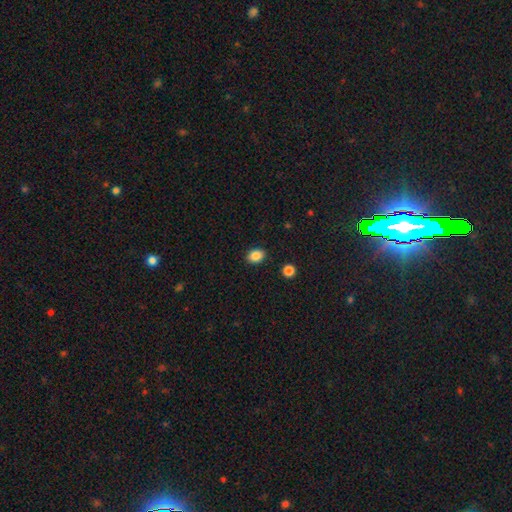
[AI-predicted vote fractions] A smooth galaxy with no disk features (86%) that is in between round and cigar-shaped (64%).

Vote fractions:
- Smooth or featured? smooth: 86% / star or artifact: 10% / featured or disk: 4%
- How rounded? in between: 64% / round: 35% / cigar-shaped: 1%
- Merging? none: 89% / minor disturbance: 7% / major disturbance: 2% / merger: 2%